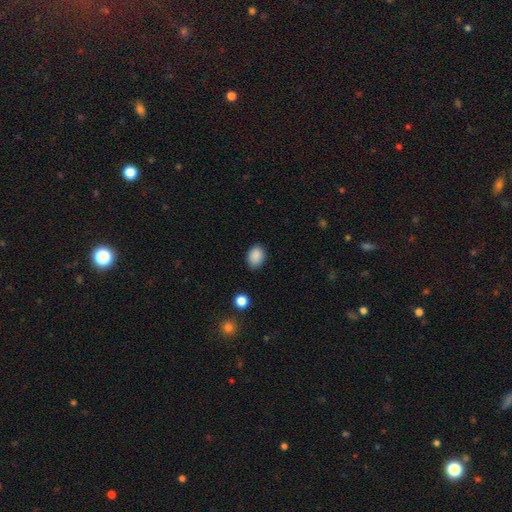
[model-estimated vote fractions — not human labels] Smooth or featured? smooth (88%)
How rounded? in between (69%)
Merging? none (80%)